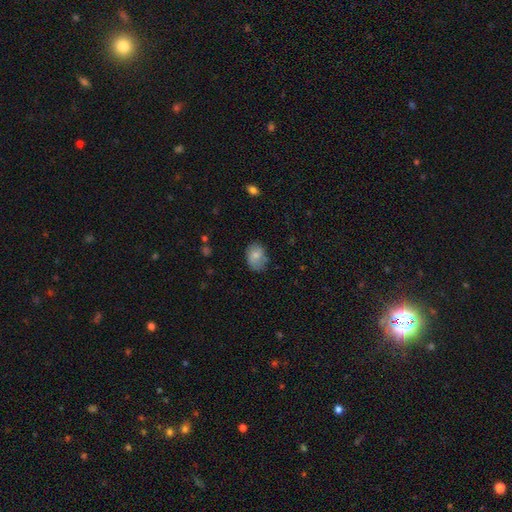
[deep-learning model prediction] A smooth galaxy with no disk features (77%) that is in between round and cigar-shaped (69%). Merging: none (64%).